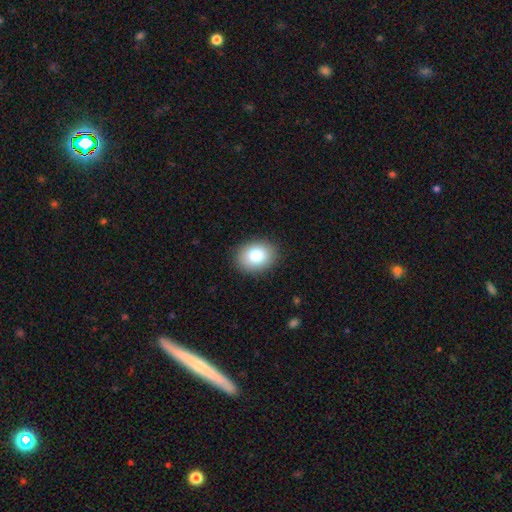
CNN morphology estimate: This is clearly a smooth galaxy (81%). How rounded: likely in between (63%). Merging: clearly none (89%).